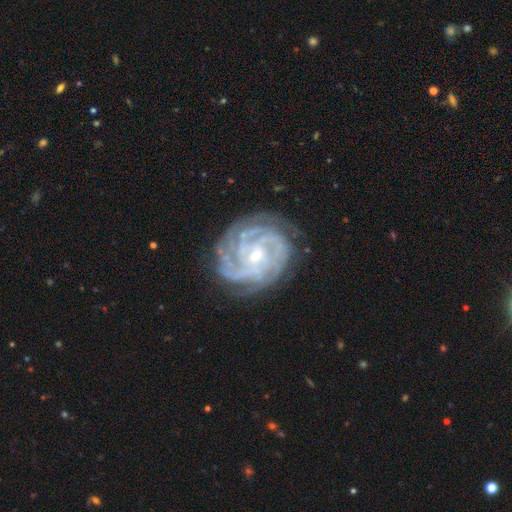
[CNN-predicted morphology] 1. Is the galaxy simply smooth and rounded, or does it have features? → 89% featured or disk, 6% star or artifact, 5% smooth.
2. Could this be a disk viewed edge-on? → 98% no, 2% yes.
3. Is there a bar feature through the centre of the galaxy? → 57% no, 34% weak, 10% strong.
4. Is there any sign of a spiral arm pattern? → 97% yes, 3% no.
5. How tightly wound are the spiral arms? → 76% tight, 21% medium, 3% loose.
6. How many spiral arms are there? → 29% 4, 23% can't tell, 18% 3, 14% more than 4, 10% 2, 7% 1.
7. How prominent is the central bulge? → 63% small, 33% moderate, 2% none, 1% large, 1% dominant.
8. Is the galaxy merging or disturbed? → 77% none, 16% minor disturbance, 6% major disturbance, 1% merger.